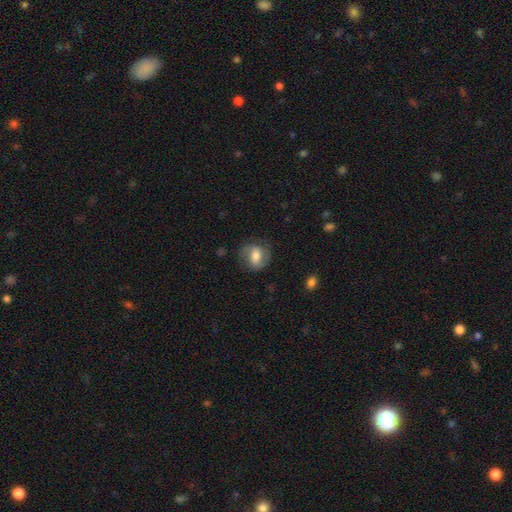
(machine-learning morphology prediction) featured or disk 51%, smooth 42%, star or artifact 8%. Down the decision tree: edge-on disk — no (96%); merging — none (73%).